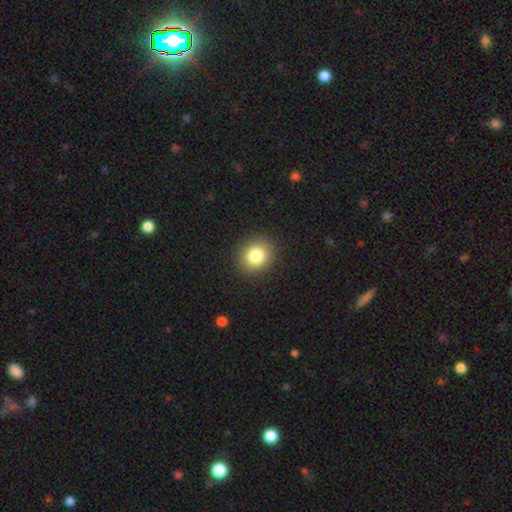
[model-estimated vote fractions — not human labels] A smooth galaxy with no disk features (82%) that is round (78%). Merging: none (91%).